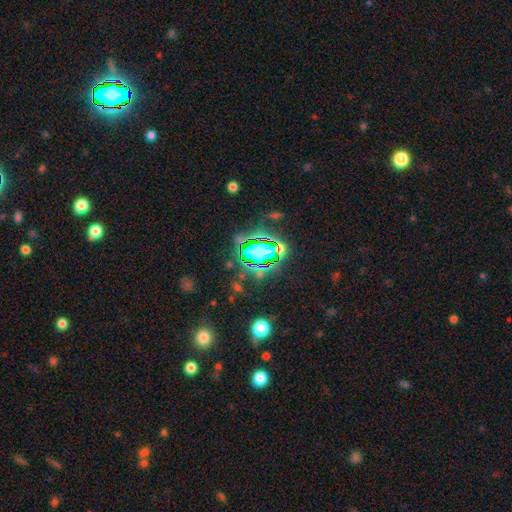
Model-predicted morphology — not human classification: A star or artifact, not a galaxy (66%).